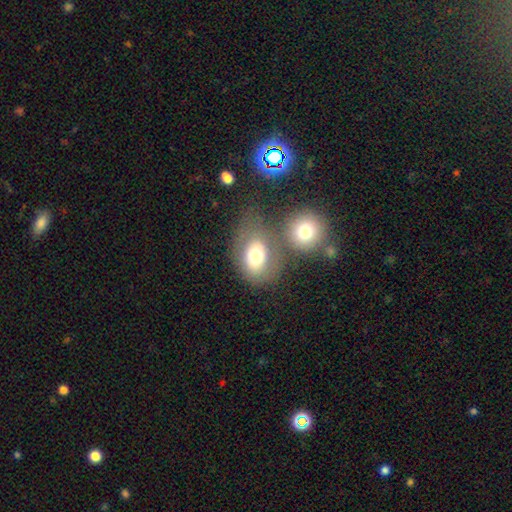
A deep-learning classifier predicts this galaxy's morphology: Q: Smooth or featured?
A: smooth (69%); runner-up: featured or disk (22%)
Q: How rounded?
A: in between (60%); runner-up: round (39%)
Q: Merging?
A: none (39%); runner-up: merger (35%)